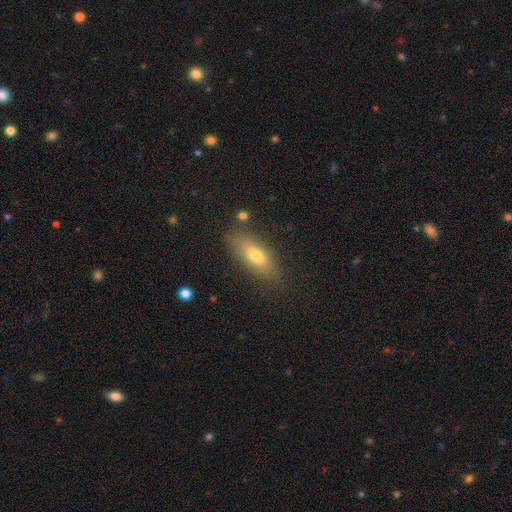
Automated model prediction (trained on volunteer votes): Smooth or featured? Predicted: smooth (p=0.70). How rounded? Predicted: in between (p=0.63). Merging? Predicted: none (p=0.82).